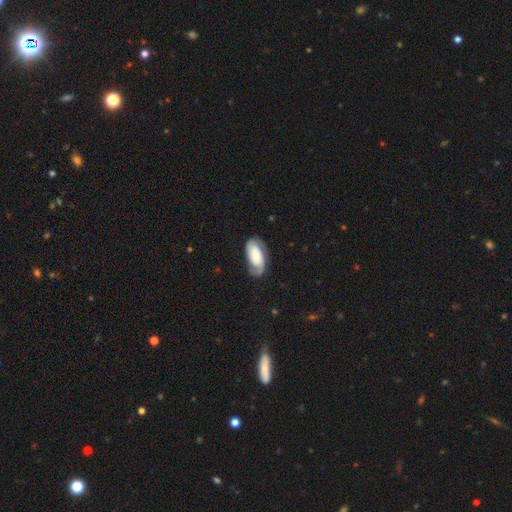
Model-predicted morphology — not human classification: Q: Smooth or featured?
A: featured or disk (70%); runner-up: smooth (24%)
Q: Edge-on disk?
A: no (96%); runner-up: yes (4%)
Q: Bar?
A: no (63%); runner-up: weak (25%)
Q: Spiral arms?
A: yes (91%); runner-up: no (9%)
Q: Spiral winding?
A: tight (48%); runner-up: medium (37%)
Q: Spiral arm count?
A: 2 (84%); runner-up: can't tell (8%)
Q: Bulge size?
A: small (38%); tied with: moderate (38%)
Q: Merging?
A: none (75%); runner-up: minor disturbance (17%)